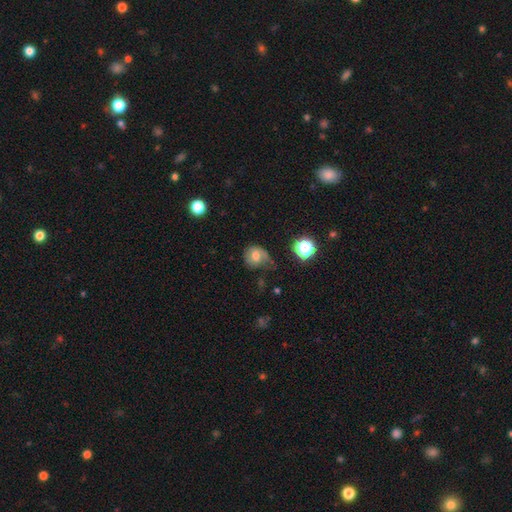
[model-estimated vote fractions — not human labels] This appears to be a smooth galaxy with no disk features (57%) that is round (68%). Merging: none (44%).